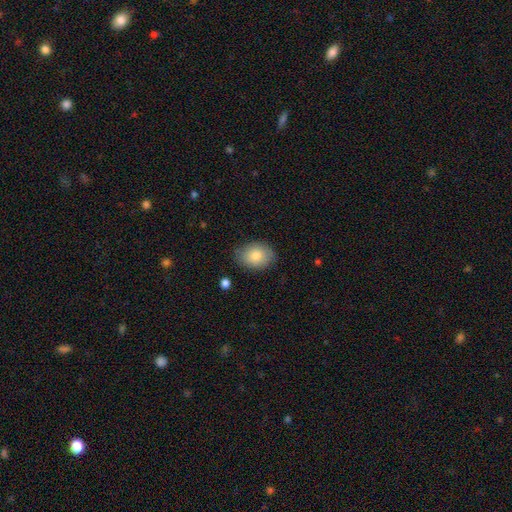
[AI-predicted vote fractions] A smooth galaxy with no disk features (82%) that is in between round and cigar-shaped (73%).

Vote fractions:
- Smooth or featured? smooth: 82% / featured or disk: 11% / star or artifact: 7%
- How rounded? in between: 73% / round: 26% / cigar-shaped: 1%
- Merging? none: 82% / minor disturbance: 14% / major disturbance: 3% / merger: 1%